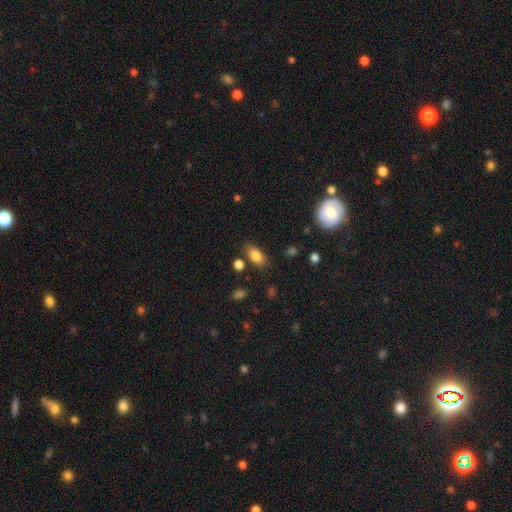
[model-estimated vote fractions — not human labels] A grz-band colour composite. It shows a smooth galaxy with no disk features (83%) that is in between round and cigar-shaped (88%). Merging: none (79%).